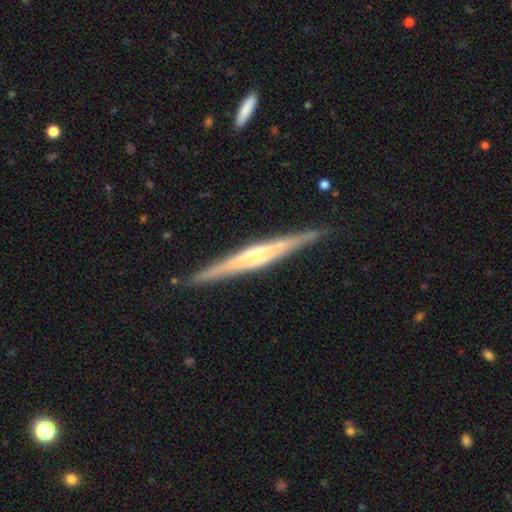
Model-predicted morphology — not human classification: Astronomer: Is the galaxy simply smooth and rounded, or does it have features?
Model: featured or disk — 77%.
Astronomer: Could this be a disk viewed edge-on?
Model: yes — 98%.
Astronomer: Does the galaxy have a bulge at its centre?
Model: rounded — 52% (runner-up: boxy, 31%).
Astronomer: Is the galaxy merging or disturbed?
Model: none — 89%.